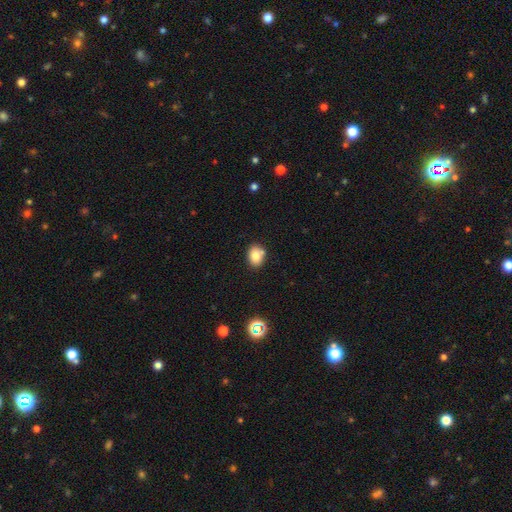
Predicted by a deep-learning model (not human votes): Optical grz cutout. It shows a smooth galaxy with no disk features (79%) that is in between round and cigar-shaped (62%). Merging: none (71%).